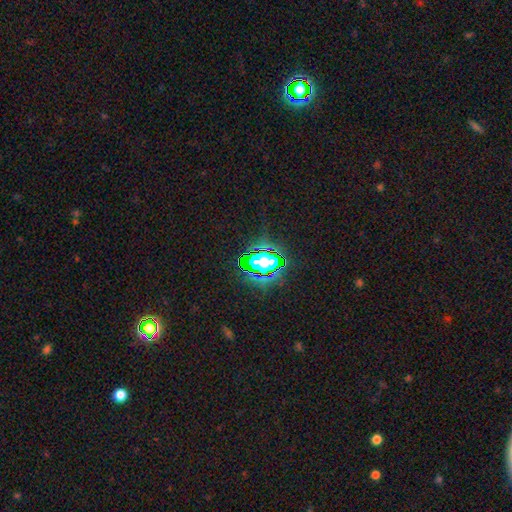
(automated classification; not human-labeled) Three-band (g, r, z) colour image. It shows a star or artifact, not a galaxy (67%).